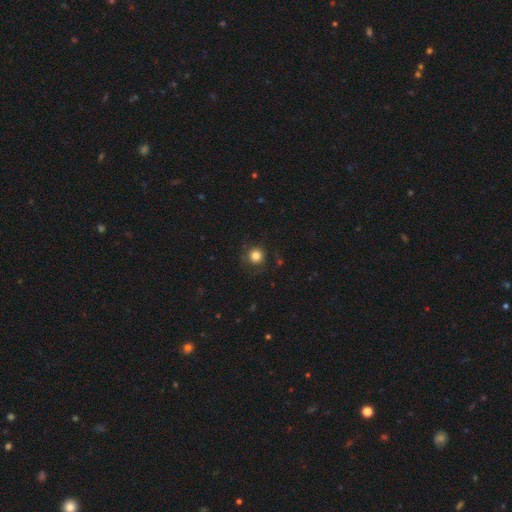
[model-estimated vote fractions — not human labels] Overall: smooth (82%). How rounded: round (93%). Merging: none (80%).